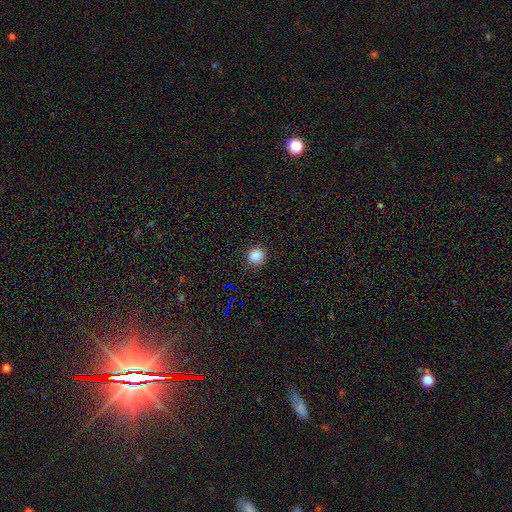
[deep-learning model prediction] Overall: smooth (84%). How rounded: round (87%). Merging: none (88%).